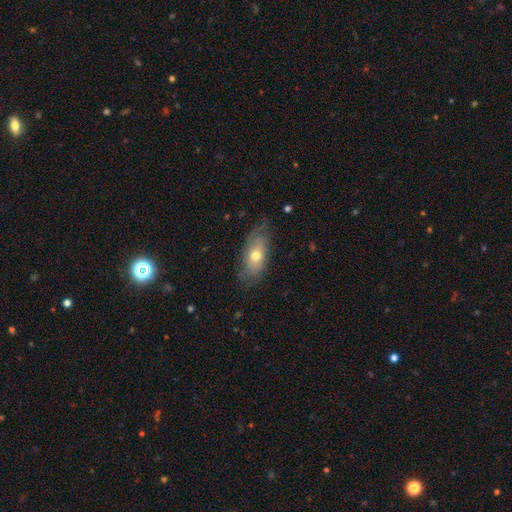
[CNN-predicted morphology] type=smooth (60%); roundness=in between (85%); merging=none (65%).